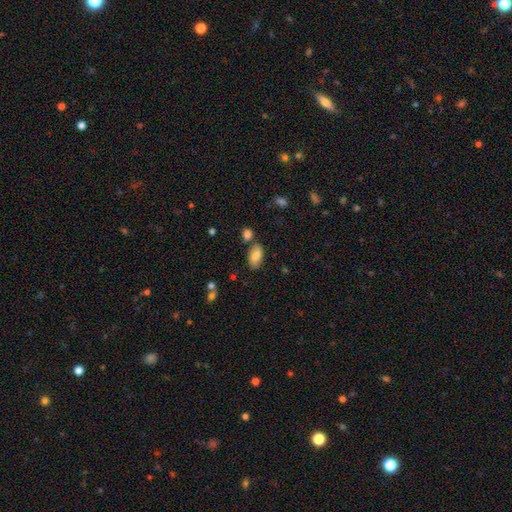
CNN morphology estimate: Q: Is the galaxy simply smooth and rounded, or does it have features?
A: smooth — 78%.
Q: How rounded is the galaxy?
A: in between — 93%.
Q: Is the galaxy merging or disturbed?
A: none — 71%.